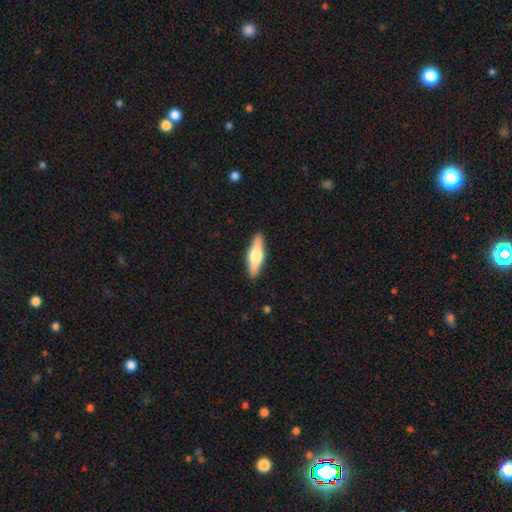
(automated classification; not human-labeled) featured or disk 52%, smooth 42%, star or artifact 5%. Down the decision tree: edge-on disk — yes (95%); merging — none (90%).